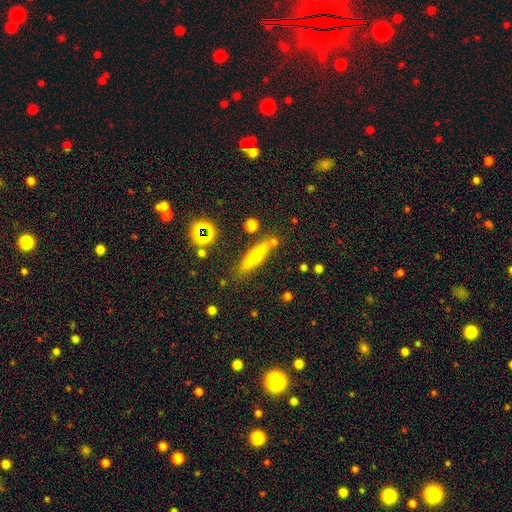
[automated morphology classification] smooth 50%, featured or disk 40%, star or artifact 10%. Down the decision tree: how rounded — cigar-shaped (80%); merging — none (78%).